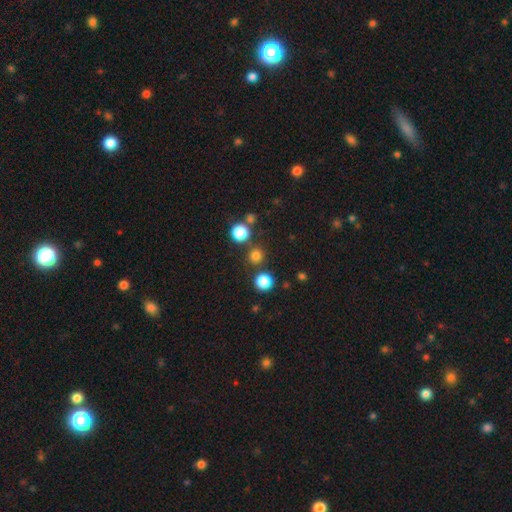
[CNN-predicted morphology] smooth 78%, star or artifact 18%, featured or disk 4%. Down the decision tree: how rounded — round (92%); merging — none (81%).